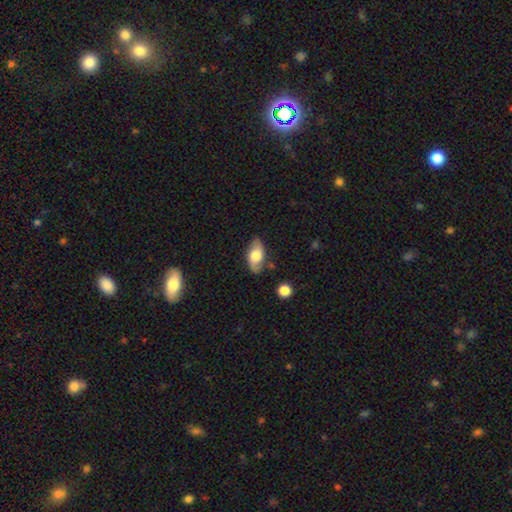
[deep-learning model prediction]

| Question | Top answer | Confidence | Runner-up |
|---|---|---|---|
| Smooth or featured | smooth | 56% | featured or disk (37%) |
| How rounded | in between | 90% | cigar-shaped (6%) |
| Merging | none | 73% | minor disturbance (19%) |